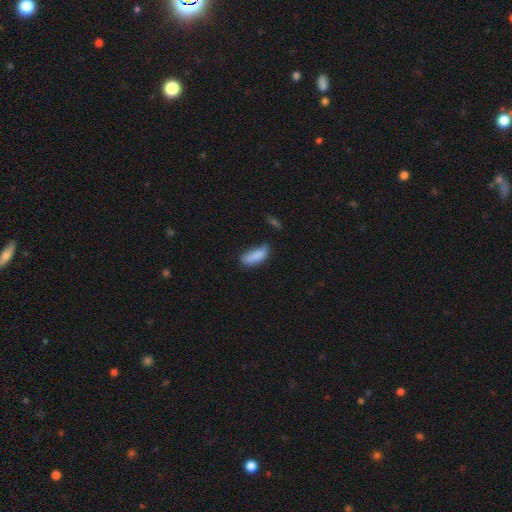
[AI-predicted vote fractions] A smooth galaxy with no disk features (85%) that is in between round and cigar-shaped (66%). Merging: none (52%).